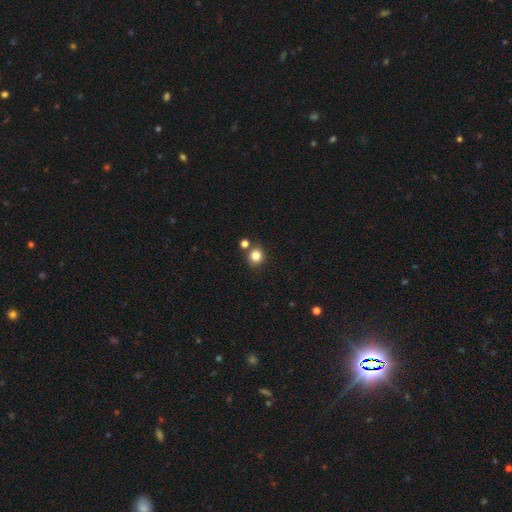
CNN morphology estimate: smooth_or_featured: smooth (p=0.82) [alt: star or artifact p=0.12]
how_rounded: round (p=0.84) [alt: in between p=0.15]
merging: none (p=0.75) [alt: merger p=0.14]